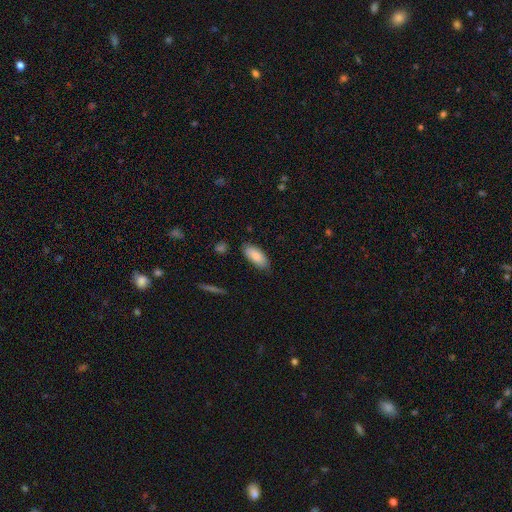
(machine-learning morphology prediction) Overall: smooth (82%). How rounded: in between (87%). Merging: none (80%).